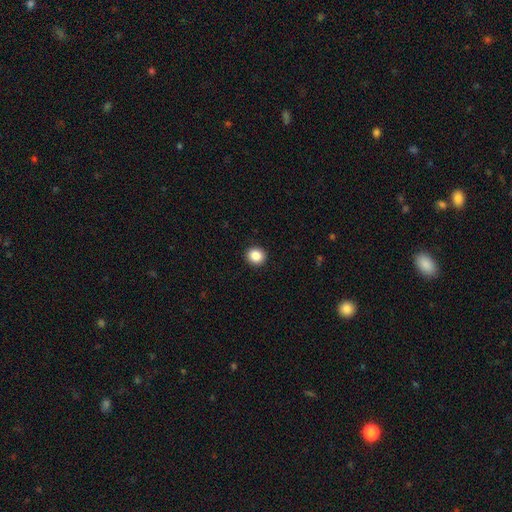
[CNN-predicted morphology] This appears to be a smooth galaxy with no disk features (87%) that is round (86%). Merging: none (93%).